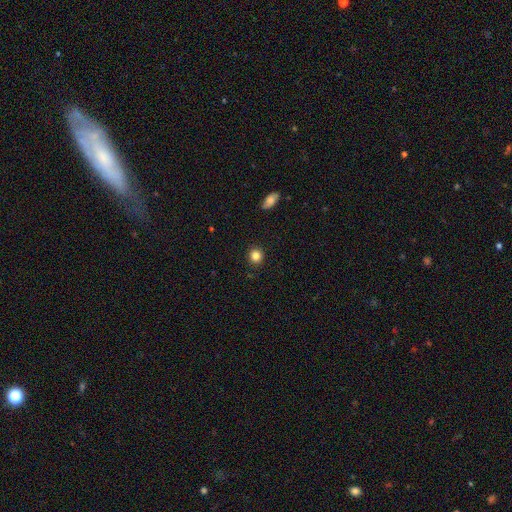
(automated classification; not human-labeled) smooth 84%, star or artifact 11%, featured or disk 5%. Down the decision tree: how rounded — round (90%); merging — none (91%).